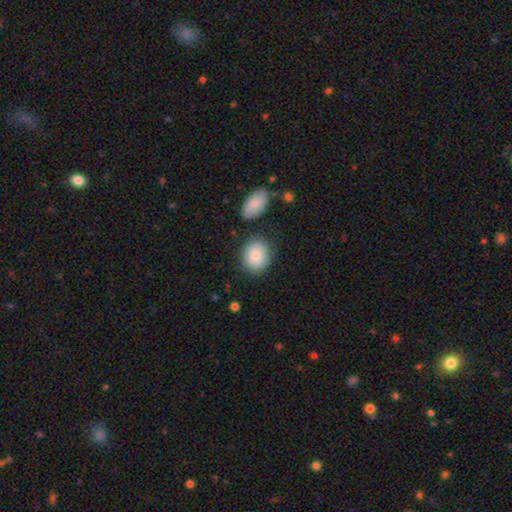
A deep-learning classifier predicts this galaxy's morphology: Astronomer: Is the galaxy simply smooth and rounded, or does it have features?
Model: smooth — 83%.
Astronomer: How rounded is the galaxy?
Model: round — 60% (runner-up: in between, 39%).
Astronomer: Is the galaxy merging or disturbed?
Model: none — 76%.